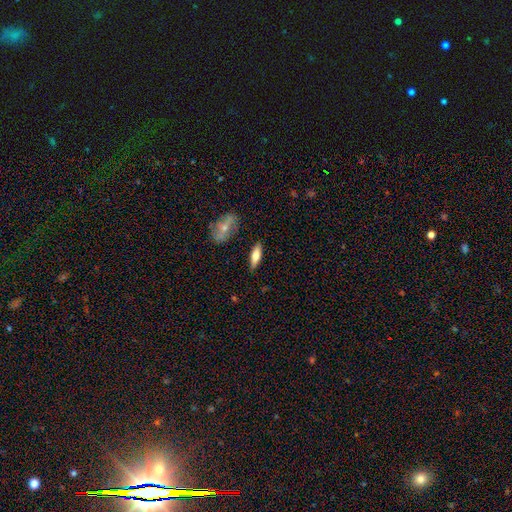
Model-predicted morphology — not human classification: Q: Smooth or featured?
A: smooth (66%); runner-up: featured or disk (28%)
Q: How rounded?
A: in between (53%); runner-up: cigar-shaped (45%)
Q: Merging?
A: none (84%); runner-up: minor disturbance (11%)